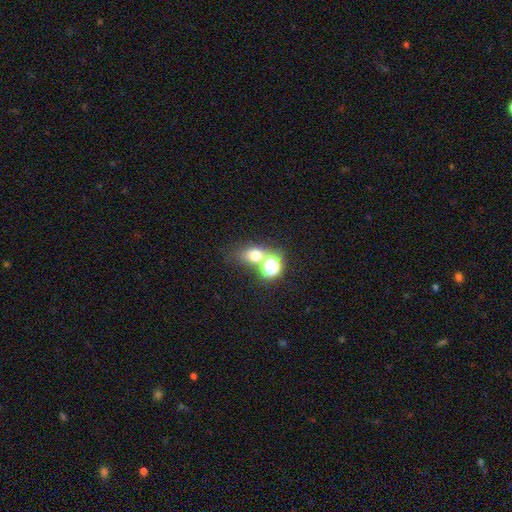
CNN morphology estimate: smooth_or_featured: smooth (p=0.63) [alt: star or artifact p=0.25]
how_rounded: round (p=0.56) [alt: in between p=0.43]
merging: none (p=0.52) [alt: merger p=0.33]